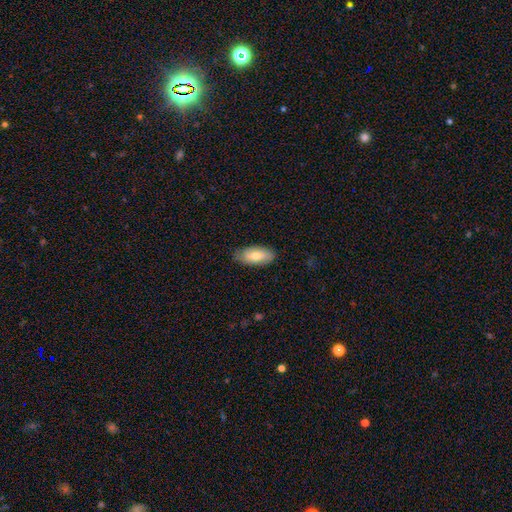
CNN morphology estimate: Overall: smooth (72%). How rounded: in between (89%). Merging: none (81%).